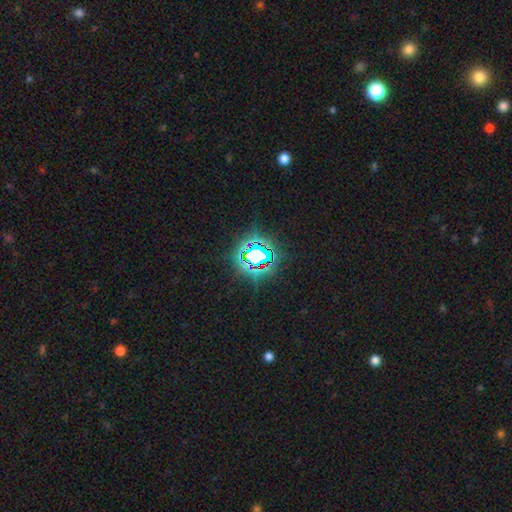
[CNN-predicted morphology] smooth_or_featured: star or artifact (p=0.71) [alt: smooth p=0.18]